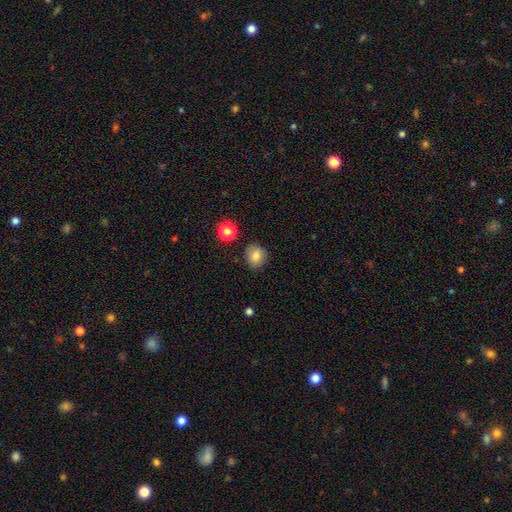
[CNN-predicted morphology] smooth_or_featured: smooth (p=0.82) [alt: star or artifact p=0.11]
how_rounded: round (p=0.74) [alt: in between p=0.25]
merging: none (p=0.84) [alt: minor disturbance p=0.11]